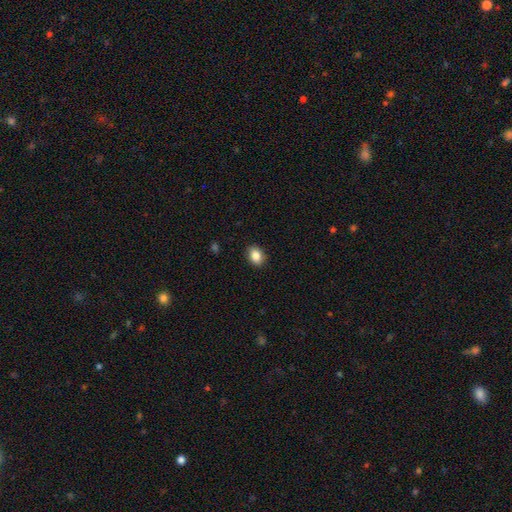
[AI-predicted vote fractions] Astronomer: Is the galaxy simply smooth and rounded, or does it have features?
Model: smooth — 86%.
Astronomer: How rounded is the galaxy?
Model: in between — 66%.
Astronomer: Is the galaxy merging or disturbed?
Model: none — 89%.